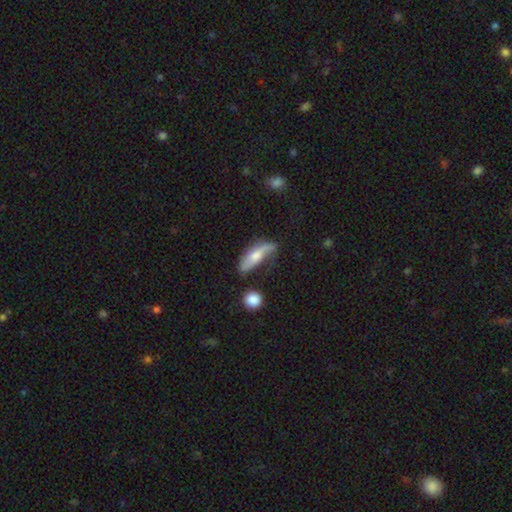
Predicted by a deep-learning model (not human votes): Smooth or featured?
  - smooth: 48% *
  - featured or disk: 45%
  - star or artifact: 7%
Merging?
  - none: 43% *
  - minor disturbance: 31%
  - major disturbance: 18%
  - merger: 8%